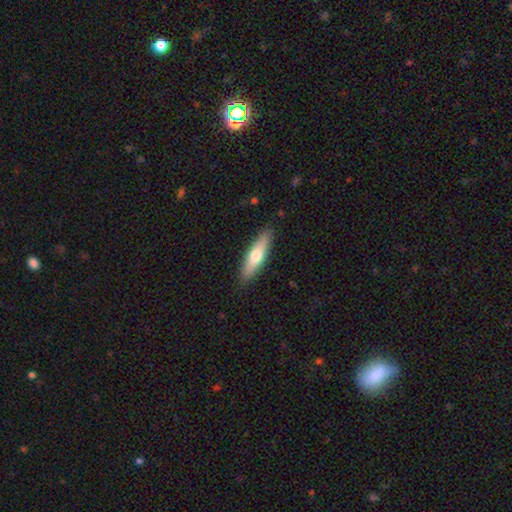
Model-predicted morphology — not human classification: Smooth or featured?
  - smooth: 61% *
  - featured or disk: 34%
  - star or artifact: 6%
How rounded?
  - cigar-shaped: 69% *
  - in between: 30%
  - round: 2%
Merging?
  - none: 88% *
  - minor disturbance: 9%
  - major disturbance: 2%
  - merger: 1%